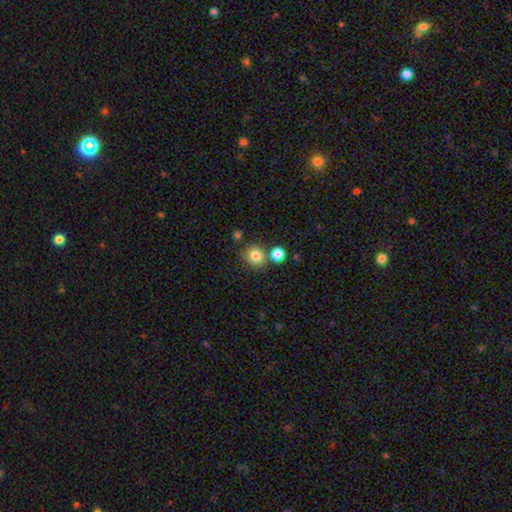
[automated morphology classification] A smooth galaxy with no disk features (81%) that is round (88%). Merging: none (72%).